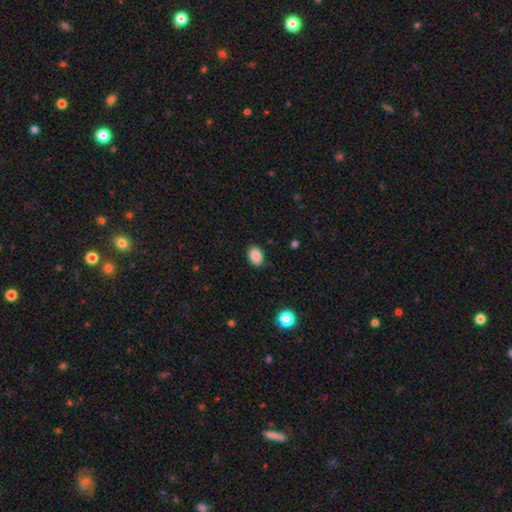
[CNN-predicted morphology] A smooth galaxy with no disk features (88%) that is in between round and cigar-shaped (80%).

Vote fractions:
- Smooth or featured? smooth: 88% / star or artifact: 9% / featured or disk: 4%
- How rounded? in between: 80% / round: 19% / cigar-shaped: 1%
- Merging? none: 83% / minor disturbance: 13% / major disturbance: 3% / merger: 1%